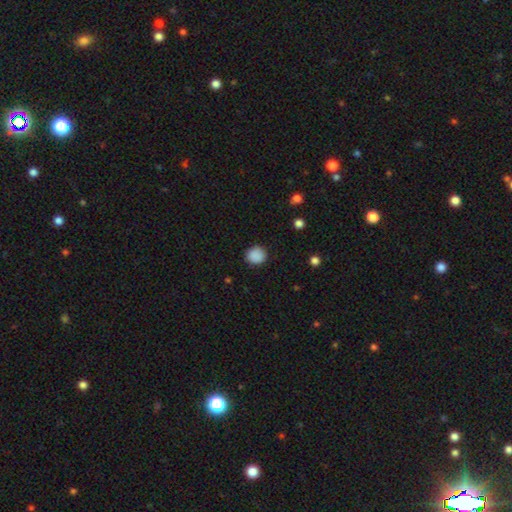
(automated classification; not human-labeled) A smooth galaxy with no disk features (88%) that is round (87%).

Vote fractions:
- Smooth or featured? smooth: 88% / star or artifact: 9% / featured or disk: 3%
- How rounded? round: 87% / in between: 12% / cigar-shaped: 1%
- Merging? none: 88% / minor disturbance: 9% / major disturbance: 2% / merger: 1%